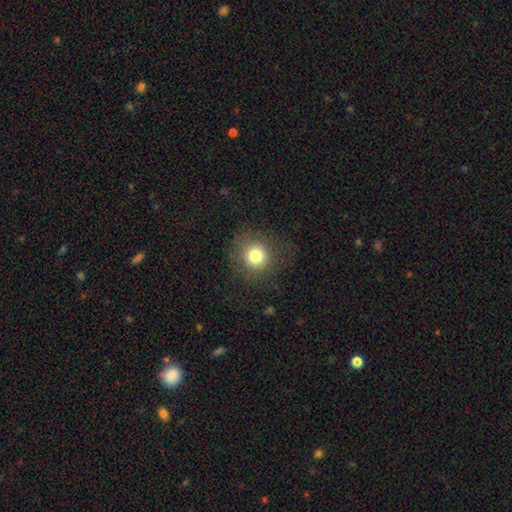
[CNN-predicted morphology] Q: Smooth or featured?
A: smooth (79%); runner-up: star or artifact (13%)
Q: How rounded?
A: round (92%); runner-up: in between (7%)
Q: Merging?
A: none (84%); runner-up: minor disturbance (9%)